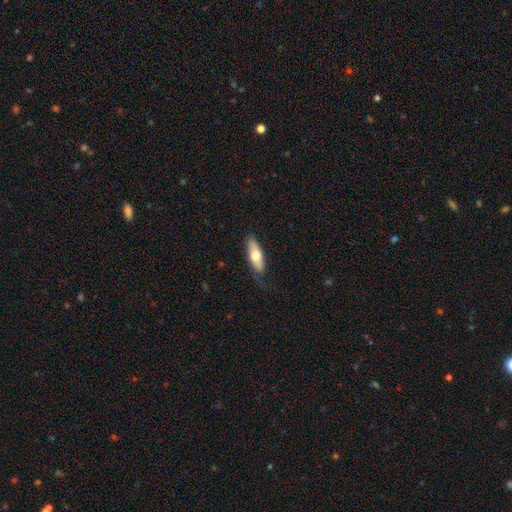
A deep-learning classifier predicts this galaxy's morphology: type=smooth (63%); roundness=in between (62%); merging=none (70%).